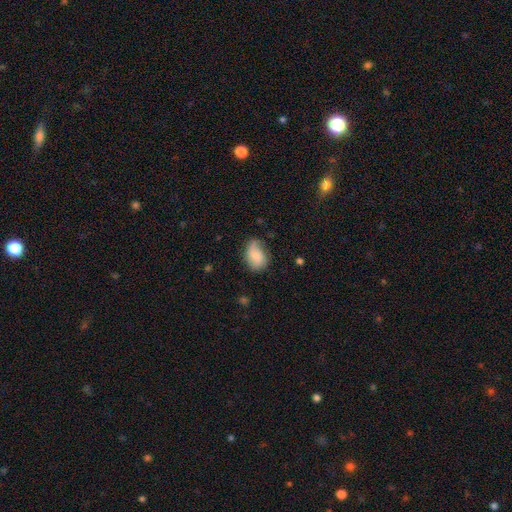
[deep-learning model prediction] Q: Smooth or featured?
A: smooth (68%); runner-up: featured or disk (24%)
Q: How rounded?
A: in between (80%); runner-up: round (18%)
Q: Merging?
A: none (56%); runner-up: minor disturbance (32%)